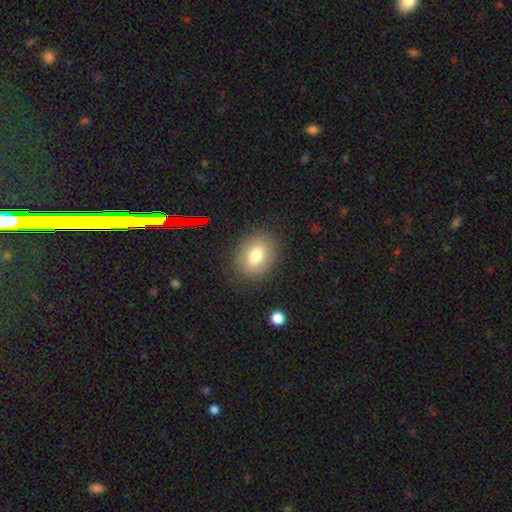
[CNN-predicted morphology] Smooth or featured? Predicted: smooth (p=0.75). How rounded? Predicted: in between (p=0.59). Merging? Predicted: none (p=0.85).